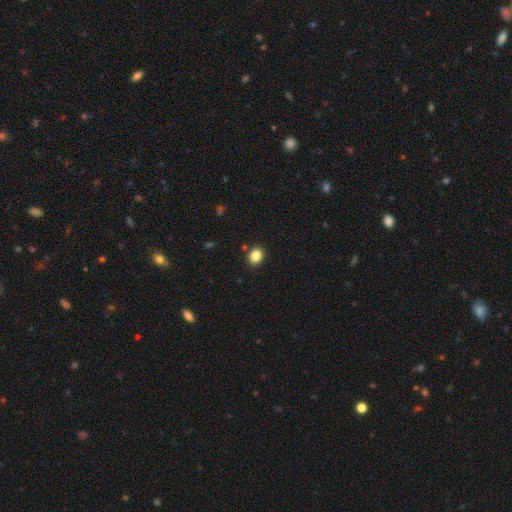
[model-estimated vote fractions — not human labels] Smooth or featured?
  - smooth: 86% *
  - star or artifact: 10%
  - featured or disk: 4%
How rounded?
  - in between: 50% *
  - round: 49%
  - cigar-shaped: 1%
Merging?
  - none: 88% *
  - minor disturbance: 8%
  - merger: 3%
  - major disturbance: 2%